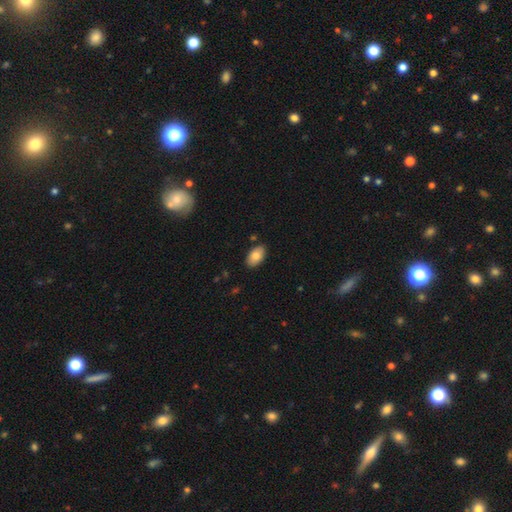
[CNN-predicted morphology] type=smooth (81%); roundness=in between (94%); merging=none (87%).